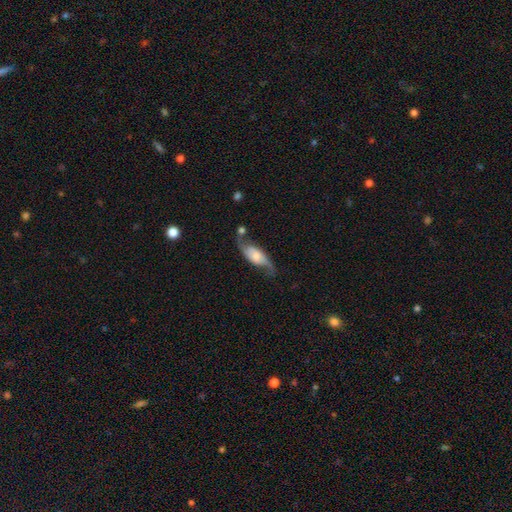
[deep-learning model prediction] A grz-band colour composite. It shows a featured or disk galaxy (69%) with no bar (61%), 2 (89%) loose (72%) spiral arms (92%) and a moderate central bulge (35%). Merging: none (58%).